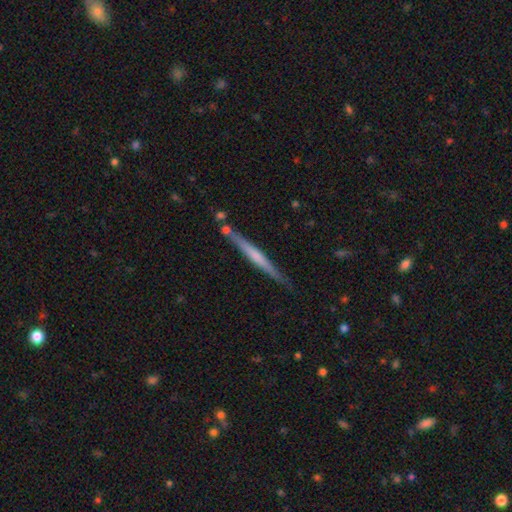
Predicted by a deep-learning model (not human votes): featured or disk 56%, smooth 39%, star or artifact 6%. Down the decision tree: edge-on disk — yes (97%); edge-on bulge — none (59%); merging — none (83%).